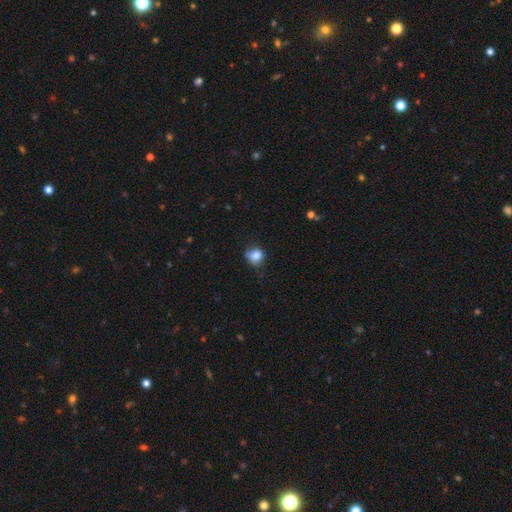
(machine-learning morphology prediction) Smooth or featured? Predicted: smooth (p=0.83). How rounded? Predicted: round (p=0.71). Merging? Predicted: none (p=0.51).